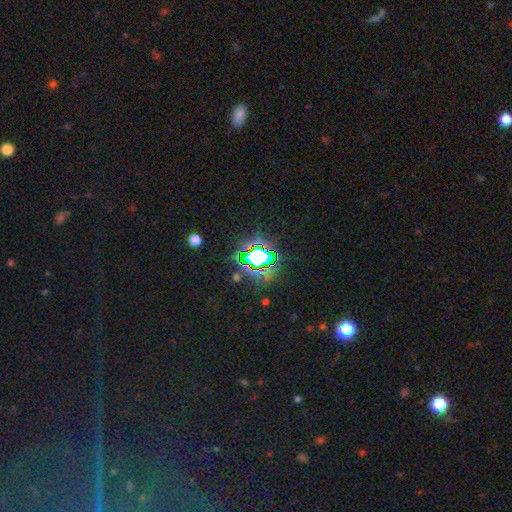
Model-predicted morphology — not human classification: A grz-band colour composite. It shows a star or artifact, not a galaxy (72%).